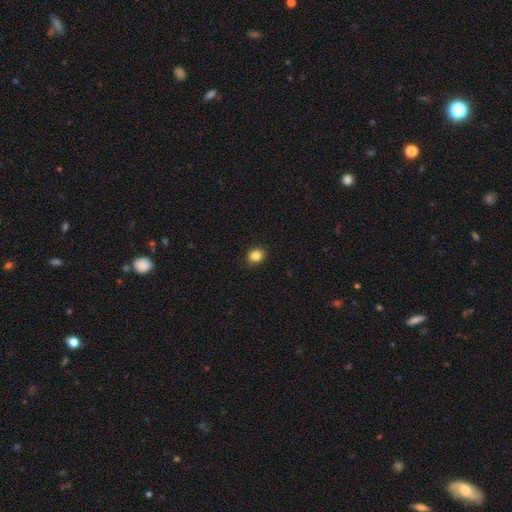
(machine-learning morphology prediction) The model was most divided on "how rounded": round: 69%, in between: 30%, cigar-shaped: 1%. More confident: merging — none (90%); smooth or featured — smooth (84%).